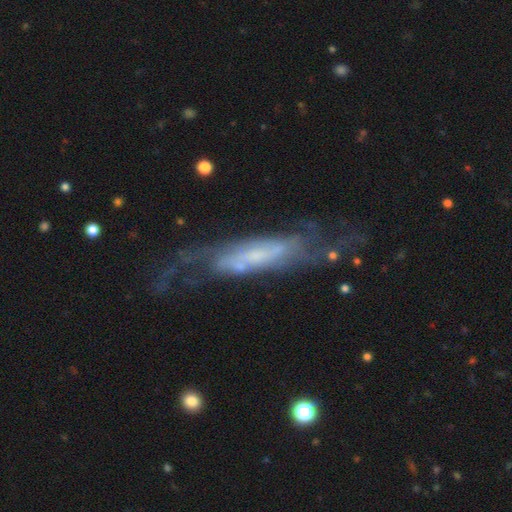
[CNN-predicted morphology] A featured or disk galaxy (76%) with no bar (46%), spiral arms (86%) and a small central bulge (50%).

Vote fractions:
- Smooth or featured? featured or disk: 76% / smooth: 17% / star or artifact: 7%
- Edge-on disk? no: 67% / yes: 33%
- Bar? no: 46% / weak: 35% / strong: 19%
- Spiral arms? yes: 86% / no: 14%
- Bulge size? small: 50% / moderate: 21% / none: 21% / large: 5% / dominant: 2%
- Merging? none: 58% / minor disturbance: 20% / major disturbance: 18% / merger: 4%